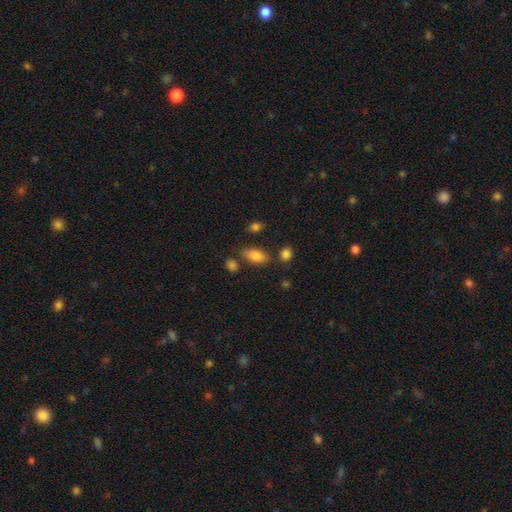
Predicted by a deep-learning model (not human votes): Q: Smooth or featured?
A: smooth (82%); runner-up: featured or disk (9%)
Q: How rounded?
A: in between (89%); runner-up: cigar-shaped (6%)
Q: Merging?
A: none (75%); runner-up: minor disturbance (14%)